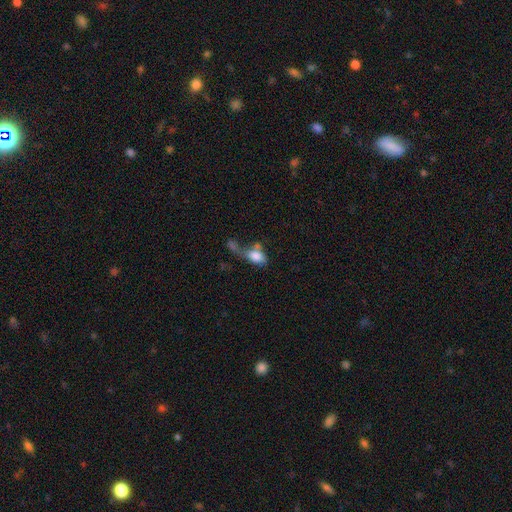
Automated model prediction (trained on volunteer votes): smooth_or_featured: smooth (p=0.74) [alt: featured or disk p=0.17]
how_rounded: in between (p=0.82) [alt: round p=0.14]
merging: merger (p=0.38) [alt: major disturbance p=0.26]